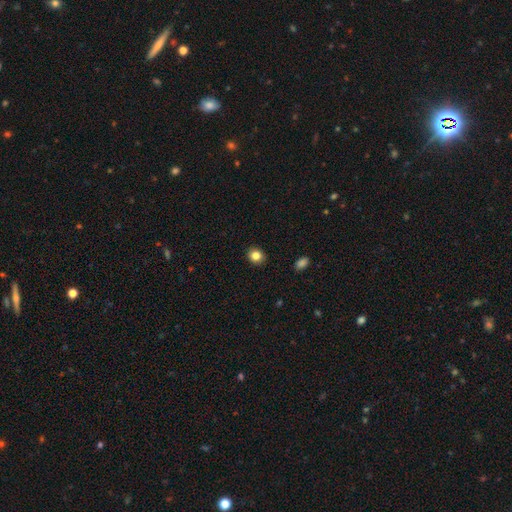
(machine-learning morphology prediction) smooth_or_featured: smooth (p=0.84) [alt: star or artifact p=0.11]
how_rounded: round (p=0.73) [alt: in between p=0.27]
merging: none (p=0.91) [alt: minor disturbance p=0.06]